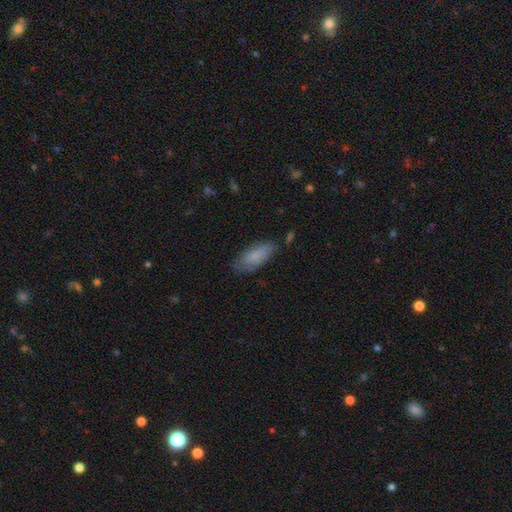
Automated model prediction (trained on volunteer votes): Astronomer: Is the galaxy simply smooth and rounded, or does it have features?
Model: smooth — 75%.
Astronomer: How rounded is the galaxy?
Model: in between — 76%.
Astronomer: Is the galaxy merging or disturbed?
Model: none — 69%.